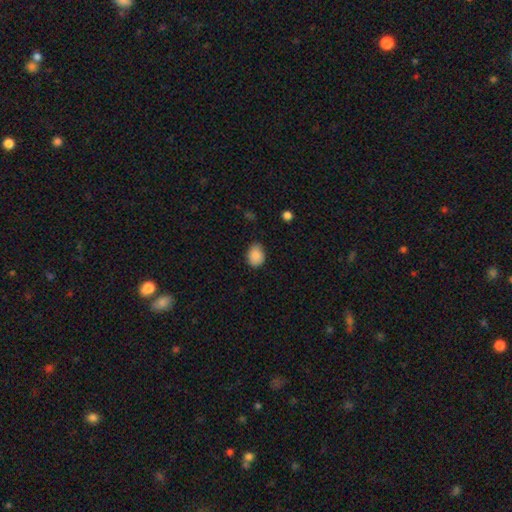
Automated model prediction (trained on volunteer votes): Morphology: type=smooth (88%); roundness=in between (60%); merging=none (77%).